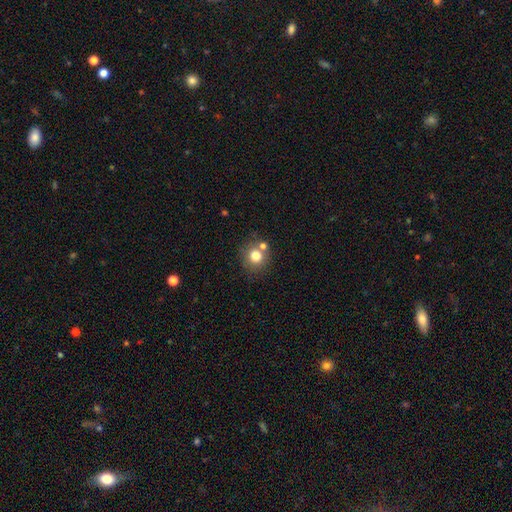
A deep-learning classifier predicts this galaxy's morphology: Smooth or featured? smooth (77%)
How rounded? round (86%)
Merging? none (68%)